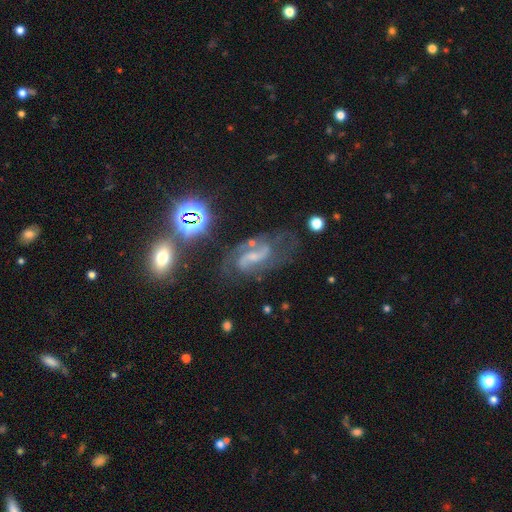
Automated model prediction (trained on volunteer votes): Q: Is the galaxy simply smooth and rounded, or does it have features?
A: featured or disk — 79%.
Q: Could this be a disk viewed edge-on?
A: no — 96%.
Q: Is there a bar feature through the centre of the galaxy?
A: weak — 47%.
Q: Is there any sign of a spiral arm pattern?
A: yes — 95%.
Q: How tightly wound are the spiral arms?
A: medium — 51%.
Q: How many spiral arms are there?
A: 2 — 87%.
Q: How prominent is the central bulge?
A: small — 51%.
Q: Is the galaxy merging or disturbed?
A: none — 55%.